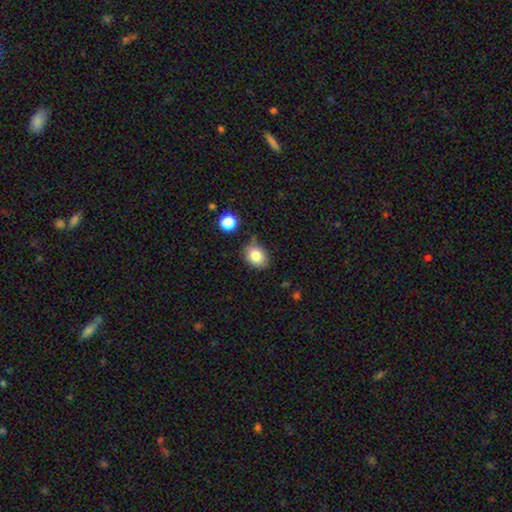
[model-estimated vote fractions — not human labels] A smooth galaxy with no disk features (82%) that is in between round and cigar-shaped (59%).

Vote fractions:
- Smooth or featured? smooth: 82% / star or artifact: 9% / featured or disk: 8%
- How rounded? in between: 59% / round: 40% / cigar-shaped: 1%
- Merging? none: 75% / minor disturbance: 17% / merger: 5% / major disturbance: 3%